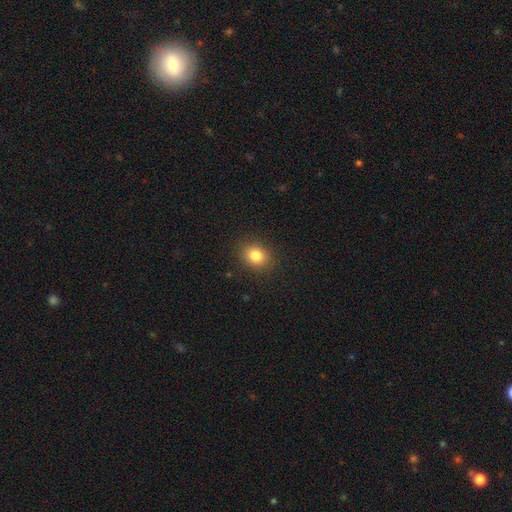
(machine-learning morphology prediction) smooth 83%, star or artifact 10%, featured or disk 6%. Down the decision tree: how rounded — round (56%); merging — none (89%).